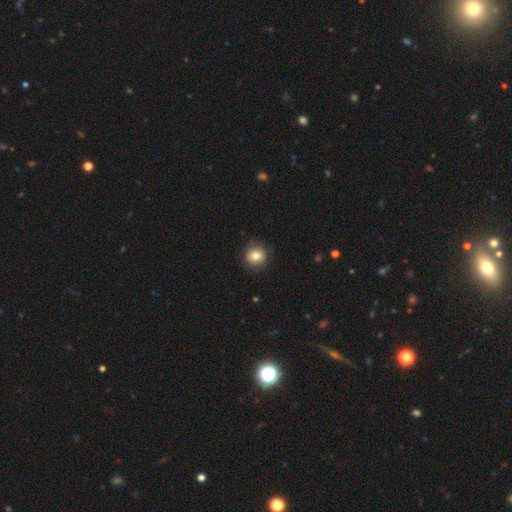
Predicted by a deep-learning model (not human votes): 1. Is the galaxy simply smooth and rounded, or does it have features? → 81% smooth, 10% star or artifact, 9% featured or disk.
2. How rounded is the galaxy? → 89% round, 10% in between, 1% cigar-shaped.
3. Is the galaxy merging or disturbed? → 86% none, 10% minor disturbance, 3% major disturbance, 1% merger.